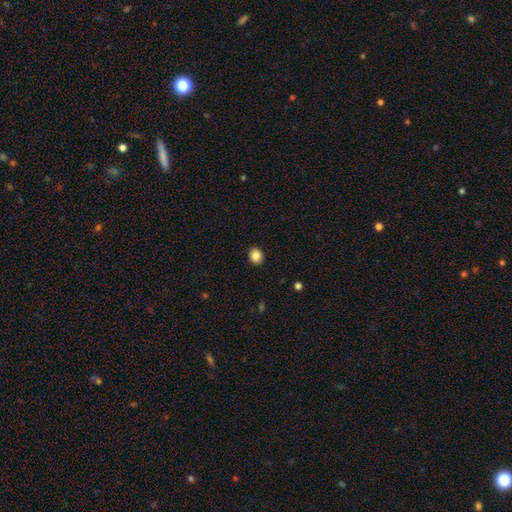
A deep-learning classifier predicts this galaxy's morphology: Overall: smooth (86%). How rounded: round (72%). Merging: none (92%).